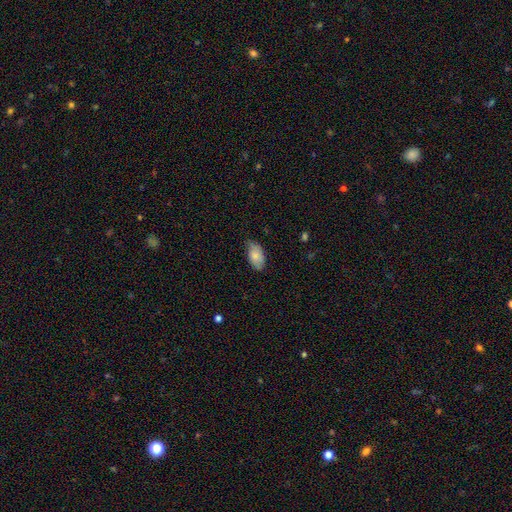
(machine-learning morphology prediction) smooth 79%, featured or disk 15%, star or artifact 6%. Down the decision tree: how rounded — in between (94%); merging — none (66%).